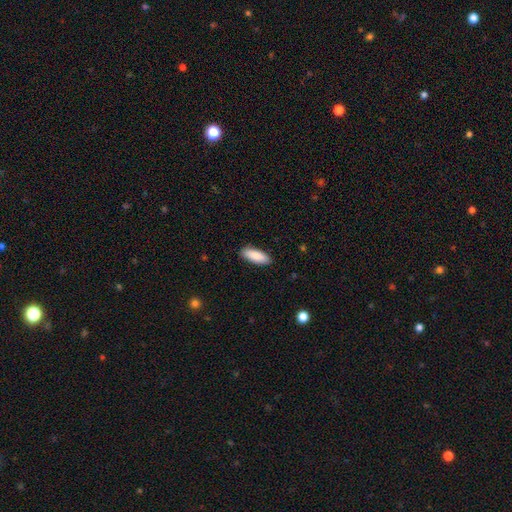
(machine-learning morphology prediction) Smooth or featured?
  - smooth: 90% *
  - star or artifact: 5%
  - featured or disk: 5%
How rounded?
  - in between: 69% *
  - cigar-shaped: 30%
  - round: 2%
Merging?
  - none: 89% *
  - minor disturbance: 8%
  - major disturbance: 2%
  - merger: 1%